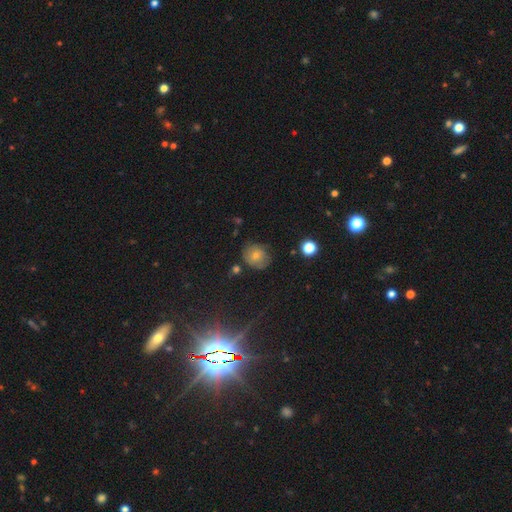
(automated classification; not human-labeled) smooth_or_featured: smooth (p=0.59) [alt: featured or disk p=0.27]
how_rounded: round (p=0.69) [alt: in between p=0.30]
merging: none (p=0.63) [alt: minor disturbance p=0.25]